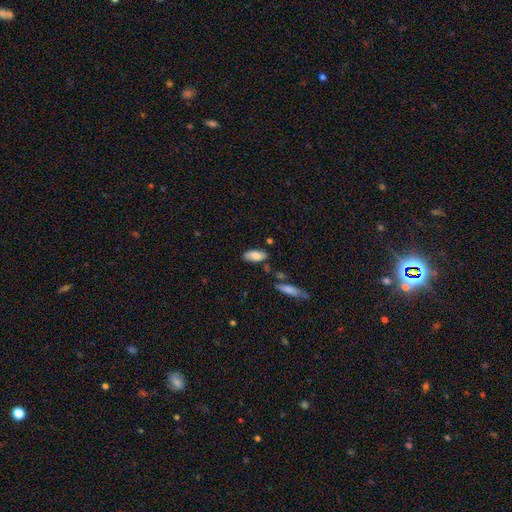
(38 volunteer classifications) smooth 79%, featured or disk 16%, star or artifact 5%. Down the decision tree: how rounded — in between (97%); merging — none (89%).